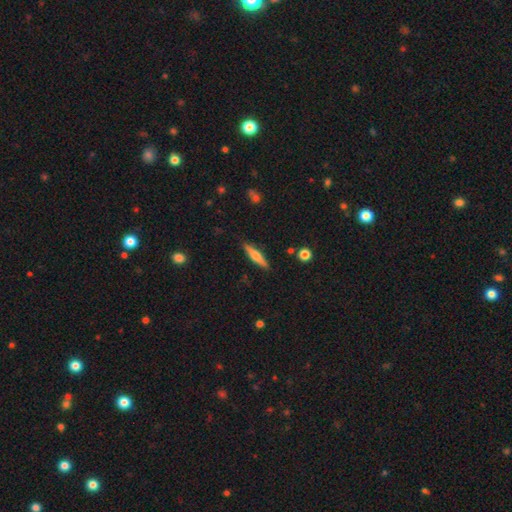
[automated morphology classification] Smooth or featured: smooth — 53% (featured or disk — 41%)
How rounded: cigar-shaped — 83% (in between — 15%)
Merging: none — 88% (minor disturbance — 8%)